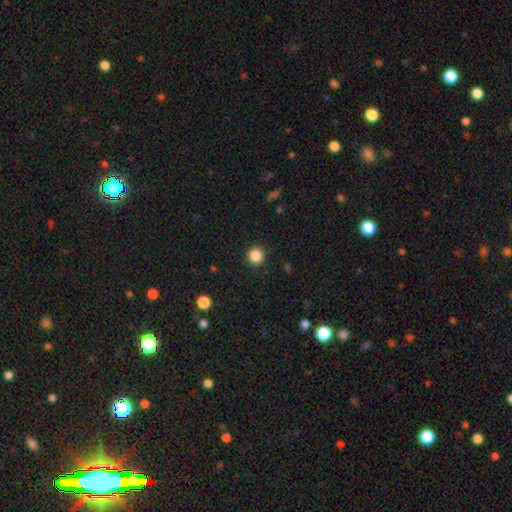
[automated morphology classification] A smooth galaxy with no disk features (86%) that is round (94%). Merging: none (91%).